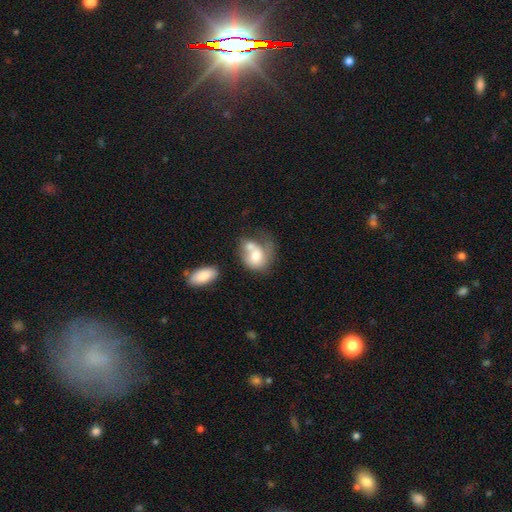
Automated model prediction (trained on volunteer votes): A smooth galaxy with no disk features (65%) that is in between round and cigar-shaped (55%).

Vote fractions:
- Smooth or featured? smooth: 65% / featured or disk: 28% / star or artifact: 7%
- How rounded? in between: 55% / round: 43% / cigar-shaped: 1%
- Merging? merger: 52% / none: 18% / major disturbance: 17% / minor disturbance: 13%